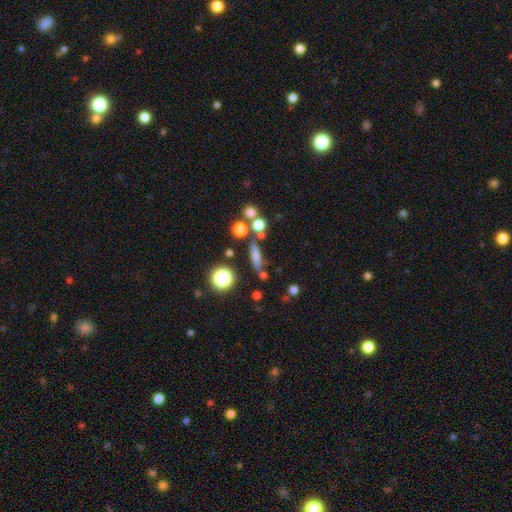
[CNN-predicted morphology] smooth_or_featured: smooth (p=0.64) [alt: featured or disk p=0.20]
how_rounded: cigar-shaped (p=0.61) [alt: in between p=0.25]
merging: none (p=0.69) [alt: minor disturbance p=0.14]